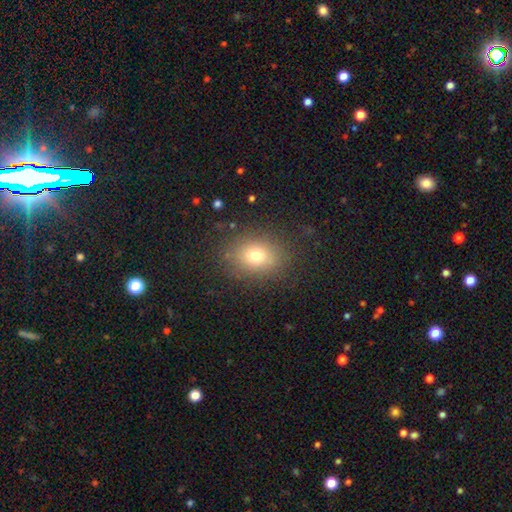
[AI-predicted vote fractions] Overall: smooth (74%). How rounded: in between (56%; round 43%). Merging: none (84%).